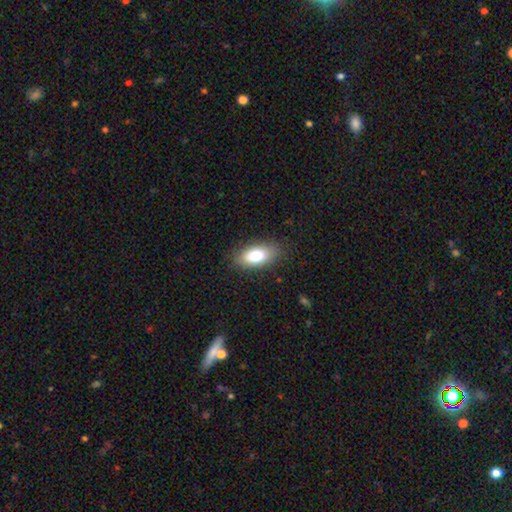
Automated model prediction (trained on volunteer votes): This is clearly a smooth galaxy (81%). How rounded: clearly in between (90%). Merging: clearly none (86%).